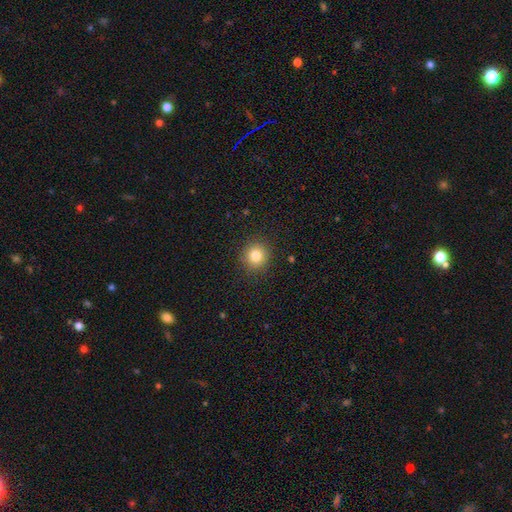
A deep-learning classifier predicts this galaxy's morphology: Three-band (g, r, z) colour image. It shows a smooth galaxy with no disk features (80%) that is round (93%). Merging: none (91%).